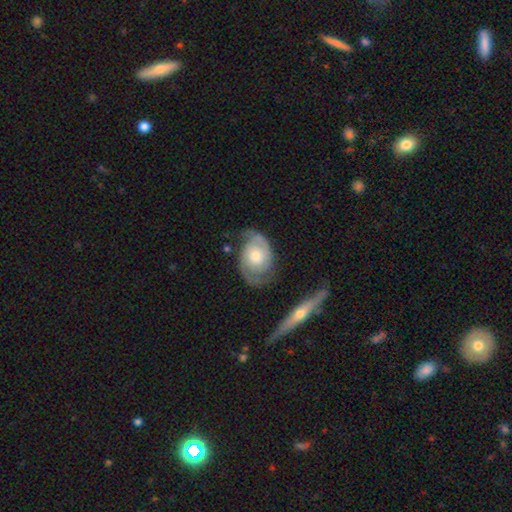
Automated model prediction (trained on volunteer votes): Q: Smooth or featured?
A: featured or disk (83%); runner-up: smooth (12%)
Q: Edge-on disk?
A: no (96%); runner-up: yes (4%)
Q: Bar?
A: no (72%); runner-up: weak (23%)
Q: Spiral arms?
A: yes (95%); runner-up: no (5%)
Q: Spiral winding?
A: tight (50%); runner-up: medium (38%)
Q: Spiral arm count?
A: 2 (89%); runner-up: can't tell (5%)
Q: Bulge size?
A: moderate (62%); runner-up: small (18%)
Q: Merging?
A: none (69%); runner-up: minor disturbance (20%)